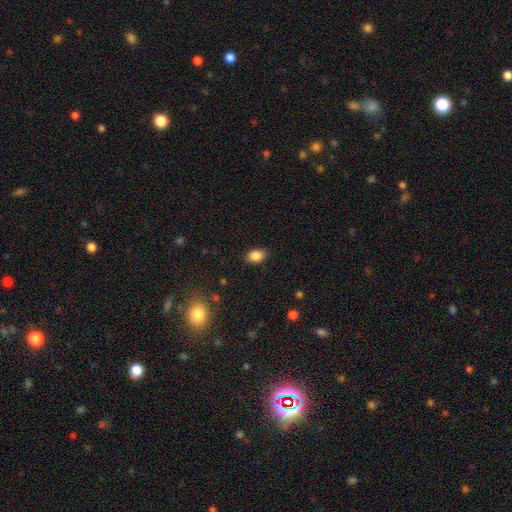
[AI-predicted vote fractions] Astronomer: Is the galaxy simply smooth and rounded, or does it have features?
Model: smooth — 87%.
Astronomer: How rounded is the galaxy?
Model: in between — 85%.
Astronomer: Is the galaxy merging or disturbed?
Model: none — 87%.